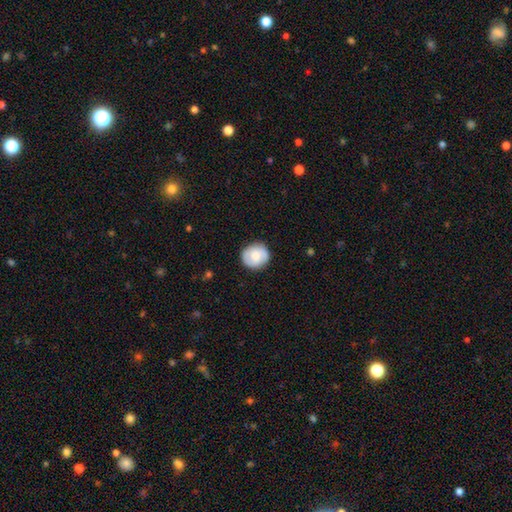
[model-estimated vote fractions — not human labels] Morphology: type=smooth (60%); roundness=round (85%); merging=none (85%).